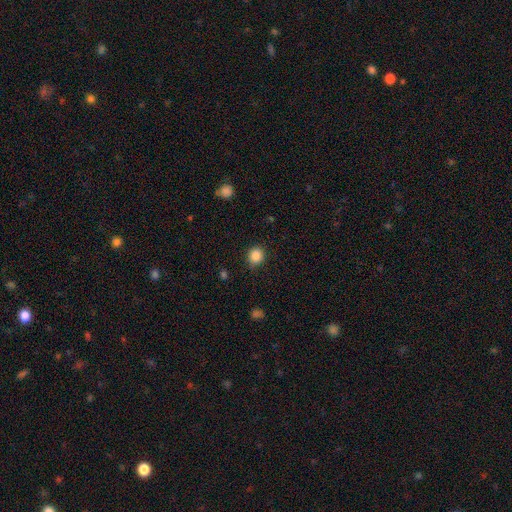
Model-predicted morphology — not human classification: type=smooth (85%); roundness=round (83%); merging=none (86%).